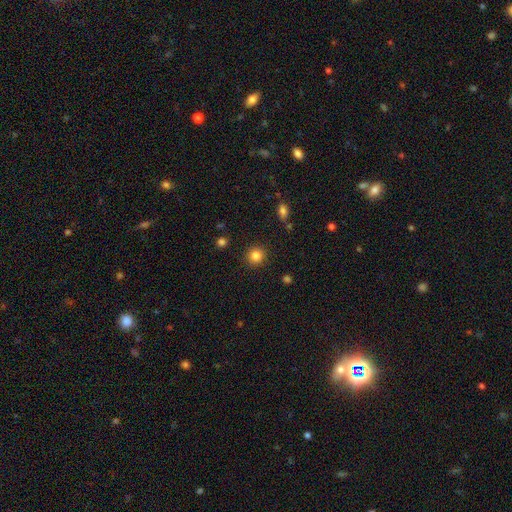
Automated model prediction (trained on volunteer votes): Smooth or featured? Predicted: smooth (p=0.84). How rounded? Predicted: round (p=0.91). Merging? Predicted: none (p=0.90).